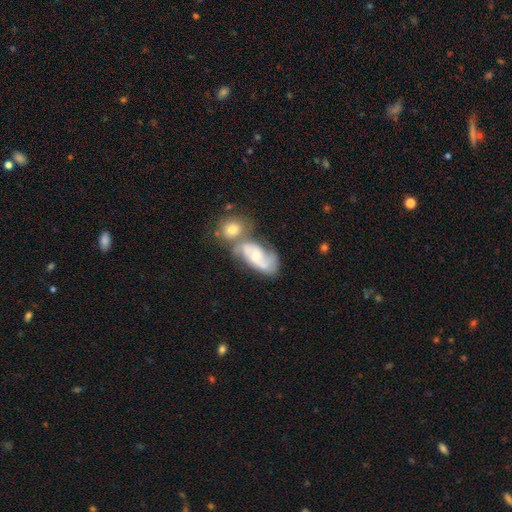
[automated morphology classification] Smooth or featured?
  - featured or disk: 69% *
  - smooth: 24%
  - star or artifact: 7%
Edge-on disk?
  - no: 96% *
  - yes: 4%
Bar?
  - no: 53% *
  - weak: 37%
  - strong: 9%
Spiral arms?
  - yes: 89% *
  - no: 11%
Spiral winding?
  - medium: 48% *
  - loose: 33%
  - tight: 20%
Spiral arm count?
  - 2: 76% *
  - can't tell: 12%
  - 1: 5%
  - 3: 4%
  - 4: 1%
  - more than 4: 1%
Bulge size?
  - moderate: 46% * (tied)
  - small: 46% * (tied)
  - large: 4%
  - none: 3%
  - dominant: 1%
Merging?
  - merger: 50% *
  - none: 27%
  - minor disturbance: 14%
  - major disturbance: 10%